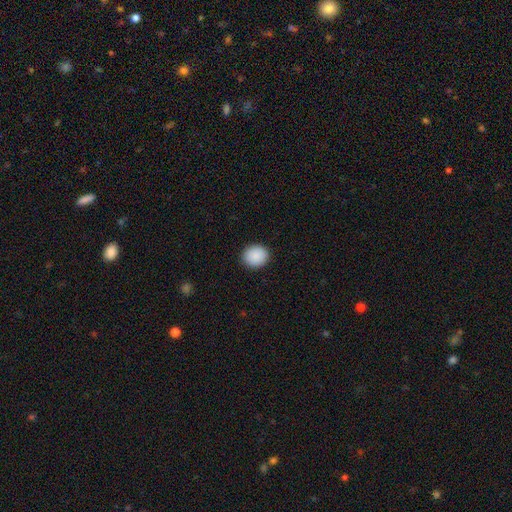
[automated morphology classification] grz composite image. It shows a smooth galaxy with no disk features (91%) that is round (69%). Merging: none (91%).